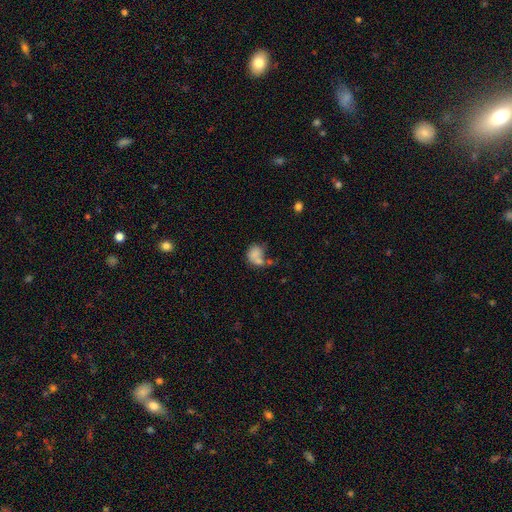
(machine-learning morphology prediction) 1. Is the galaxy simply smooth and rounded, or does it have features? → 73% smooth, 16% featured or disk, 10% star or artifact.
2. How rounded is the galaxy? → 51% round, 48% in between, 1% cigar-shaped.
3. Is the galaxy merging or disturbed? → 41% merger, 29% none, 16% minor disturbance, 14% major disturbance.